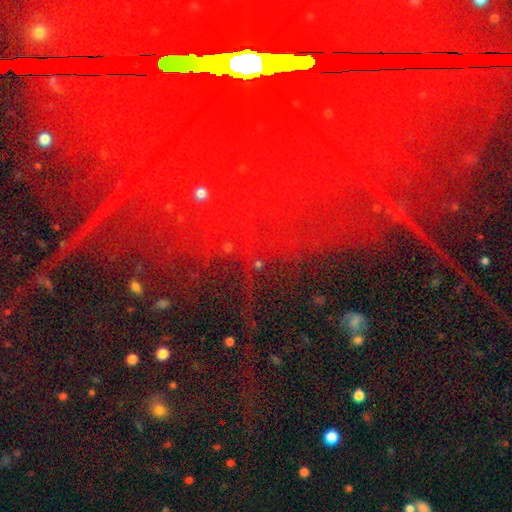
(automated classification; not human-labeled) smooth_or_featured: star or artifact (p=0.81) [alt: featured or disk p=0.12]